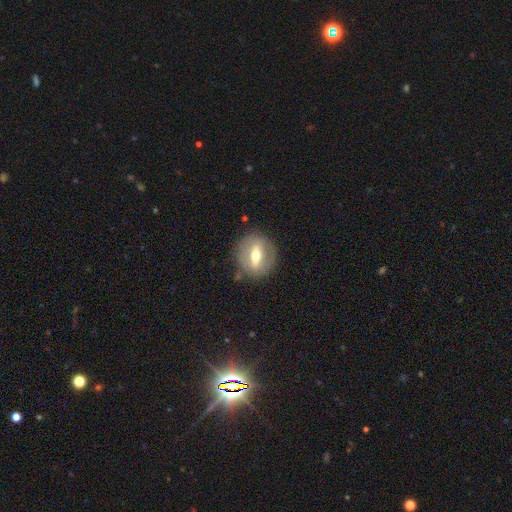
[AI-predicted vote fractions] Q: Smooth or featured?
A: featured or disk (58%); runner-up: smooth (35%)
Q: Edge-on disk?
A: no (68%); runner-up: yes (32%)
Q: Merging?
A: none (83%); runner-up: minor disturbance (11%)